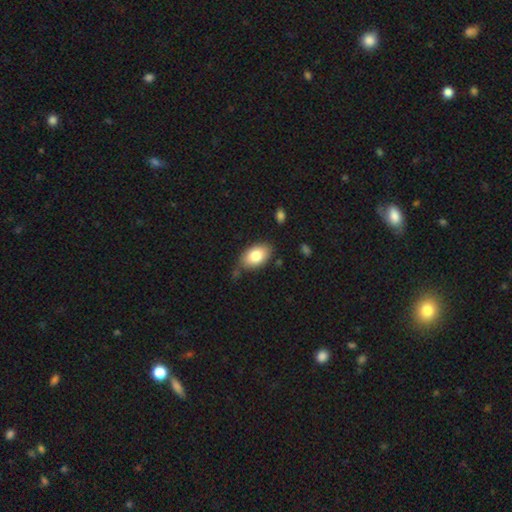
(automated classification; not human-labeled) A smooth galaxy with no disk features (81%) that is in between round and cigar-shaped (91%).

Vote fractions:
- Smooth or featured? smooth: 81% / featured or disk: 12% / star or artifact: 7%
- How rounded? in between: 91% / round: 8% / cigar-shaped: 1%
- Merging? none: 73% / minor disturbance: 18% / major disturbance: 4% / merger: 4%